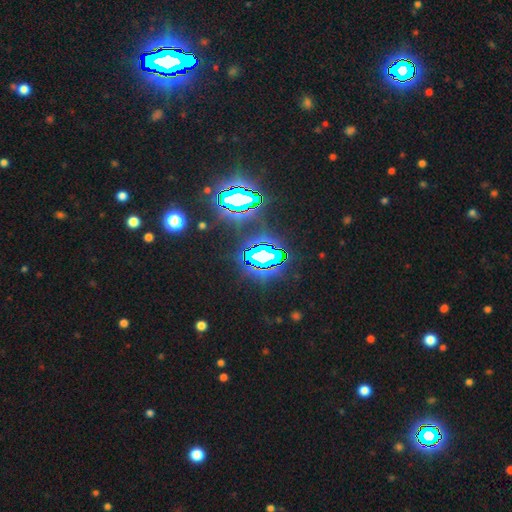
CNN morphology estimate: smooth-or-featured: star or artifact: 82% | smooth: 10% | featured or disk: 8%